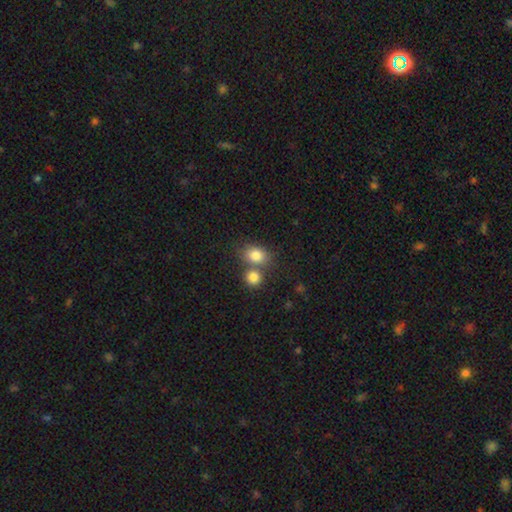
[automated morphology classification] A smooth galaxy with no disk features (83%) that is in between round and cigar-shaped (55%).

Vote fractions:
- Smooth or featured? smooth: 83% / star or artifact: 9% / featured or disk: 8%
- How rounded? in between: 55% / round: 44% / cigar-shaped: 1%
- Merging? none: 48% / merger: 38% / minor disturbance: 10% / major disturbance: 4%